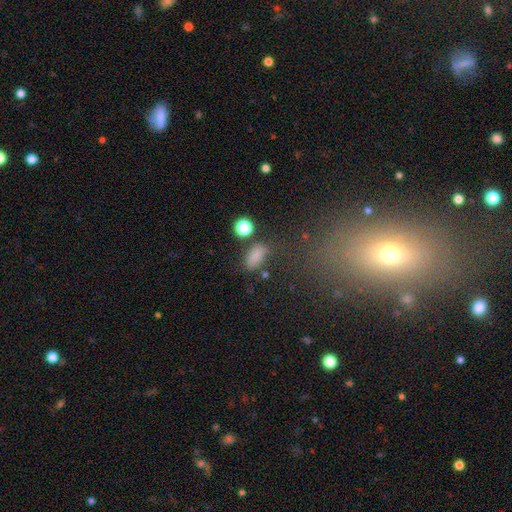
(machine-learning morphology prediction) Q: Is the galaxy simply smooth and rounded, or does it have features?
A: smooth — 78%.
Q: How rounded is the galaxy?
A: in between — 80%.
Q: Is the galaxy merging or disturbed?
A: none — 62%.